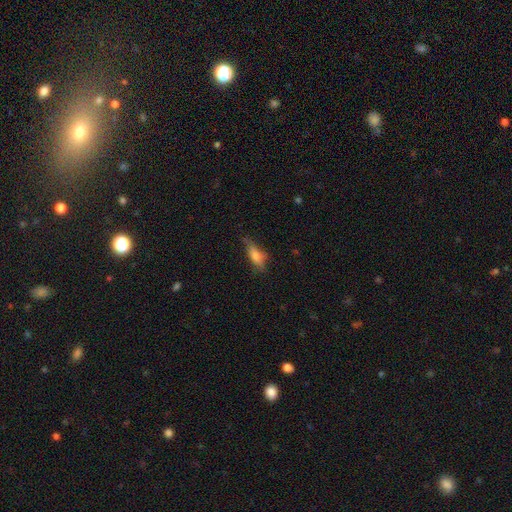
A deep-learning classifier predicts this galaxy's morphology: The model was most divided on "merging": none: 51%, minor disturbance: 33%, major disturbance: 14%, merger: 2%. More confident: smooth or featured — smooth (67%); how rounded — in between (62%).